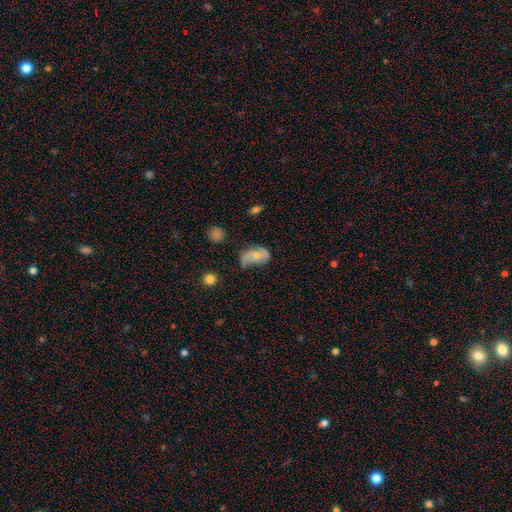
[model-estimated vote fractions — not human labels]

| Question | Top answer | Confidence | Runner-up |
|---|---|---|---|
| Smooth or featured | smooth | 47% | featured or disk (45%) |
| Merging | minor disturbance | 38% | none (35%) |